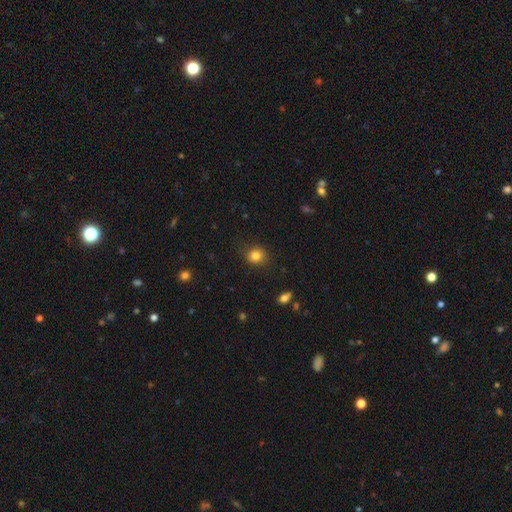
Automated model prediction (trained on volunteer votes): smooth-or-featured: smooth: 82% | star or artifact: 12% | featured or disk: 6%
  how-rounded: round: 82% | in between: 17% | cigar-shaped: 1%
  merging: none: 85% | minor disturbance: 11% | major disturbance: 3% | merger: 1%